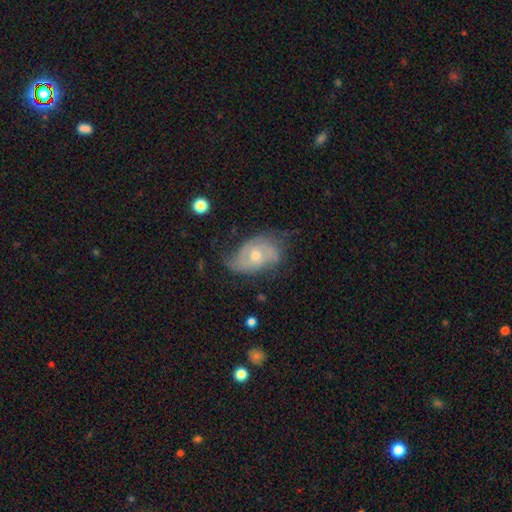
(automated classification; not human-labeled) Smooth or featured? featured or disk (74%)
Edge-on disk? no (96%)
Bar? no (74%)
Spiral arms? yes (86%)
Spiral winding? tight (43%)
Spiral arm count? 2 (48%)
Bulge size? moderate (59%)
Merging? none (53%)